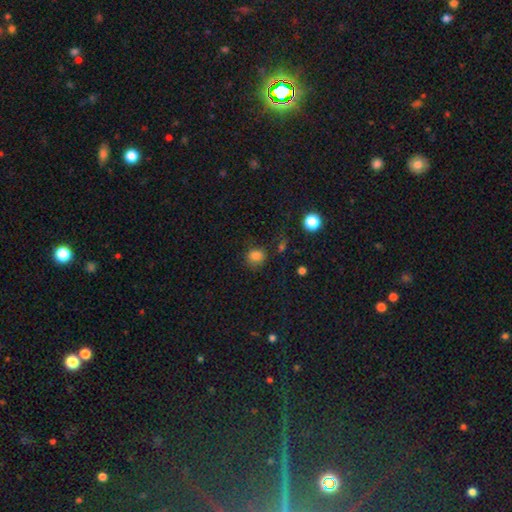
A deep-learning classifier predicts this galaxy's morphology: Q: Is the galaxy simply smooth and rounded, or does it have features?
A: smooth — 80%.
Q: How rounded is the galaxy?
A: round — 74%.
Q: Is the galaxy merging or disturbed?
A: none — 73%.